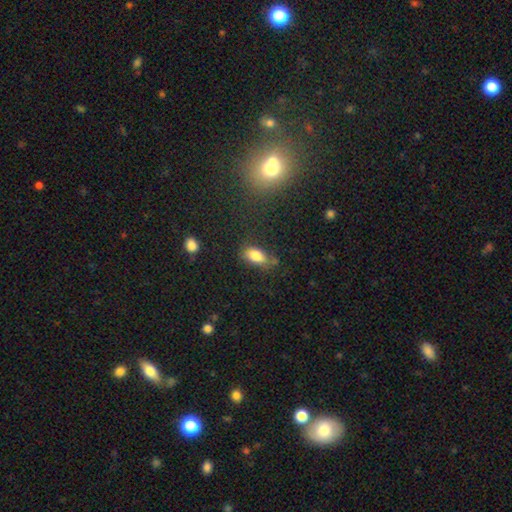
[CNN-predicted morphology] This appears to be a smooth galaxy with no disk features (81%) that is in between round and cigar-shaped (87%). Merging: none (66%).